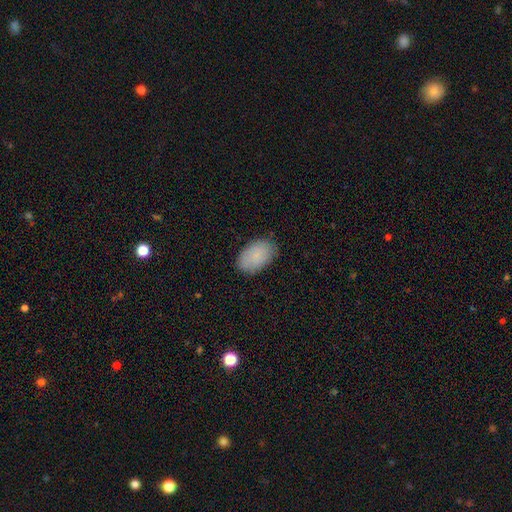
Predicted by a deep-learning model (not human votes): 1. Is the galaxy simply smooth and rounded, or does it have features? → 86% smooth, 8% featured or disk, 6% star or artifact.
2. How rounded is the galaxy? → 93% in between, 6% round, 1% cigar-shaped.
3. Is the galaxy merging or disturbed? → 84% none, 12% minor disturbance, 3% major disturbance, 1% merger.